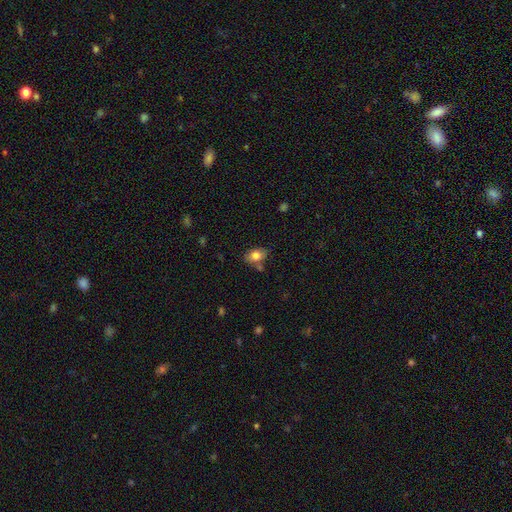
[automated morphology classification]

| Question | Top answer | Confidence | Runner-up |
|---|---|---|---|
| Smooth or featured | smooth | 81% | featured or disk (11%) |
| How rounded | in between | 84% | round (15%) |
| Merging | none | 68% | minor disturbance (17%) |